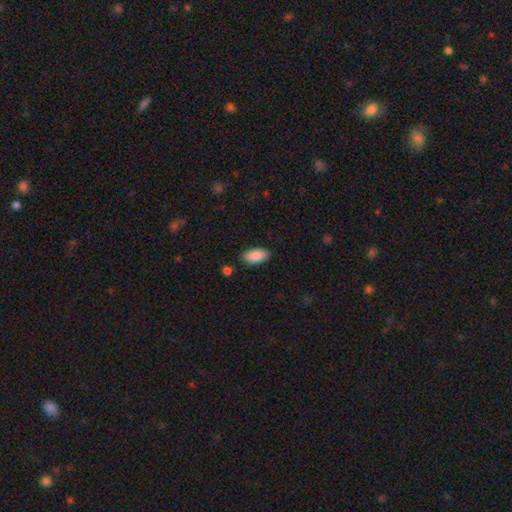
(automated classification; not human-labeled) Overall: smooth (88%). How rounded: in between (94%). Merging: none (86%).